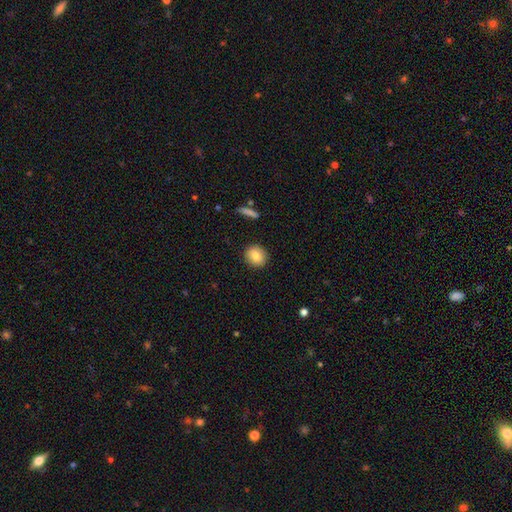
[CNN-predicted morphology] This appears to be a smooth galaxy with no disk features (82%) that is round (79%). Merging: none (91%).